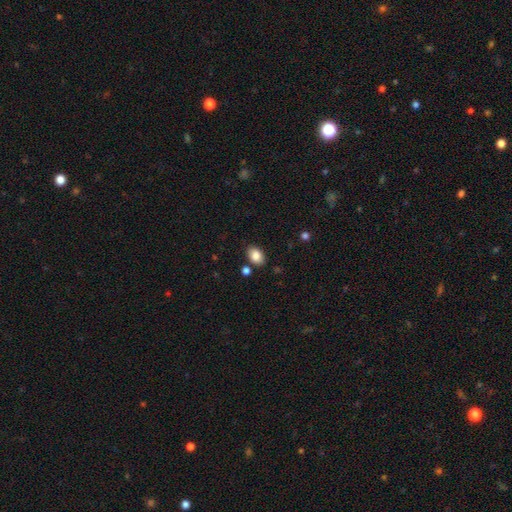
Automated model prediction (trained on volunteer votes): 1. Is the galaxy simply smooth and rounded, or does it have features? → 85% smooth, 8% star or artifact, 6% featured or disk.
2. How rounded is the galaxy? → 84% in between, 15% round, 1% cigar-shaped.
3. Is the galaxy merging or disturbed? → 81% none, 11% minor disturbance, 5% merger, 3% major disturbance.